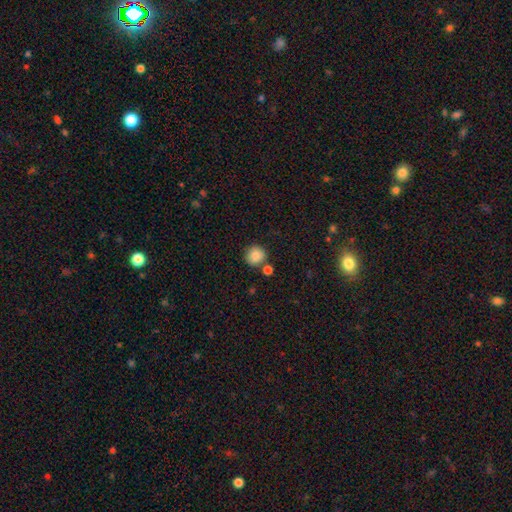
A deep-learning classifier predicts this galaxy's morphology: smooth_or_featured: smooth (p=0.86) [alt: star or artifact p=0.09]
how_rounded: round (p=0.90) [alt: in between p=0.09]
merging: none (p=0.76) [alt: merger p=0.12]